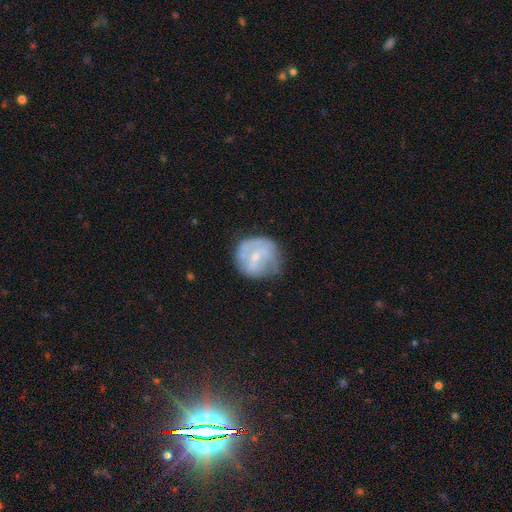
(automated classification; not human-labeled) smooth-or-featured: featured or disk: 61% | smooth: 32% | star or artifact: 7%
  disk-edge-on: no: 97% | yes: 3%
    bar: no: 47% | weak: 43% | strong: 11%
    has-spiral-arms: yes: 69% | no: 31%
    bulge-size: small: 64% | moderate: 30% | none: 4% | large: 1% | dominant: 1%
  merging: none: 54% | minor disturbance: 28% | major disturbance: 15% | merger: 3%